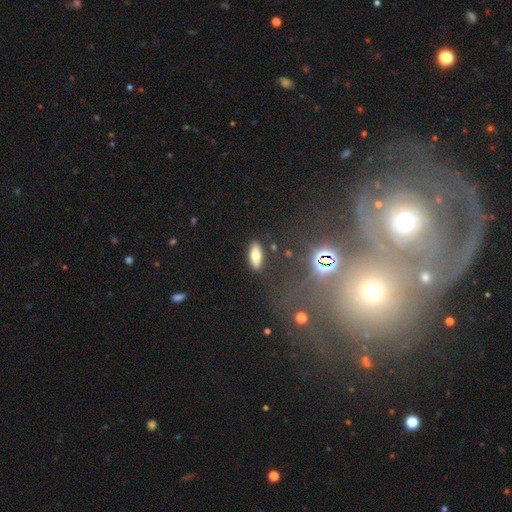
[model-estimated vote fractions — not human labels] This appears to be a smooth galaxy with no disk features (74%) that is in between round and cigar-shaped (76%). Merging: none (86%).